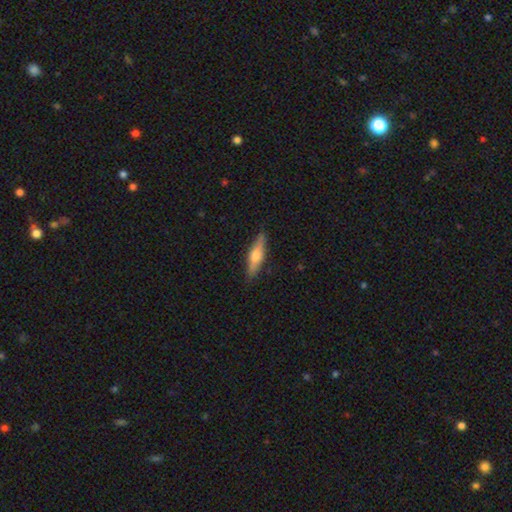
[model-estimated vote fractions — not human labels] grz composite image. It shows a featured or disk galaxy (50%). Merging: none (88%).